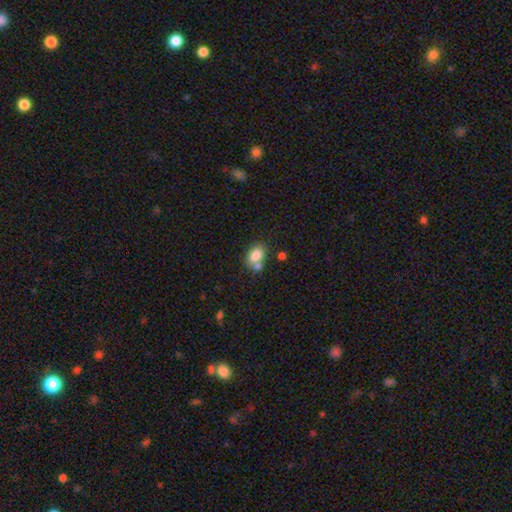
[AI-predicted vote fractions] Overall: smooth (80%). How rounded: in between (78%). Merging: none (53%; merger 29%).